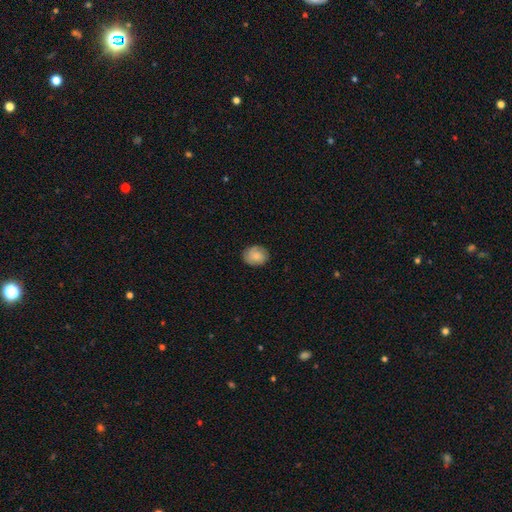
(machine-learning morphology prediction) A smooth galaxy with no disk features (76%) that is round (53%). Merging: none (82%).